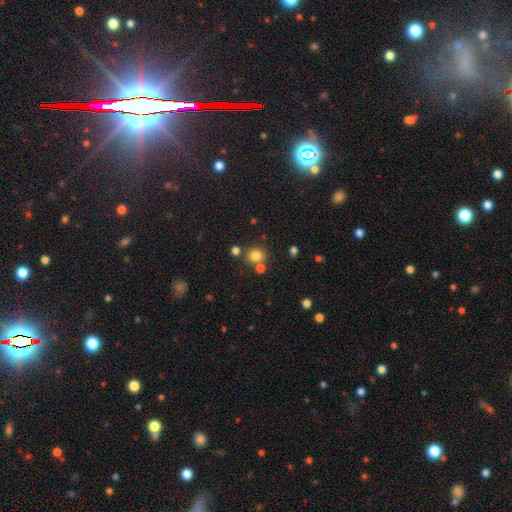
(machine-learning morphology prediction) This is likely a smooth galaxy (80%). How rounded: clearly round (82%). Merging: likely none (71%).